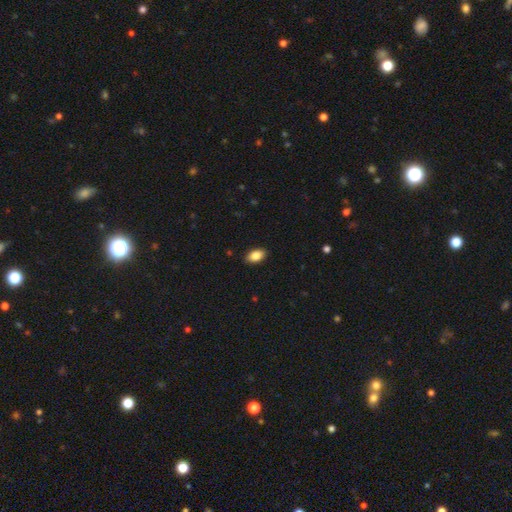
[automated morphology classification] Smooth or featured? Predicted: smooth (p=0.87). How rounded? Predicted: in between (p=0.92). Merging? Predicted: none (p=0.88).